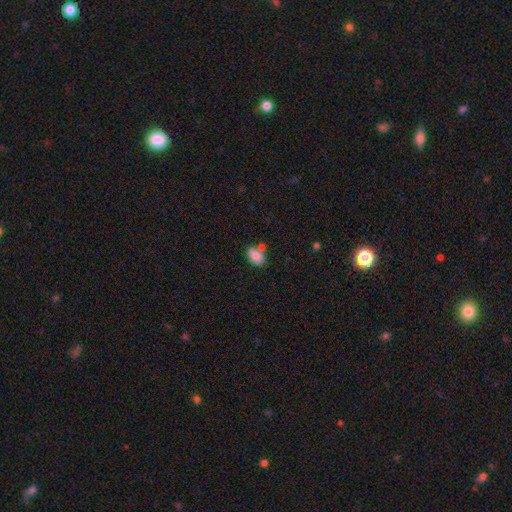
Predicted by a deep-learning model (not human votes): Smooth or featured: smooth — 86% (star or artifact — 8%)
How rounded: in between — 91% (round — 8%)
Merging: none — 60% (merger — 21%)